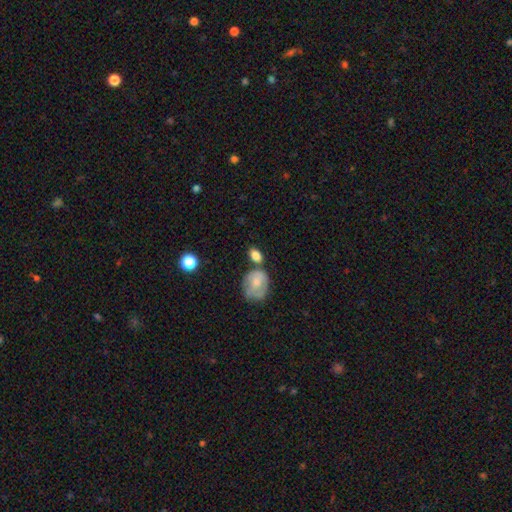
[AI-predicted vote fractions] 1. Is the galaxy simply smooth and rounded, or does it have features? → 80% smooth, 12% featured or disk, 8% star or artifact.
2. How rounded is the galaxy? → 71% in between, 26% round, 3% cigar-shaped.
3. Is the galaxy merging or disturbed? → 54% none, 22% merger, 17% minor disturbance, 6% major disturbance.